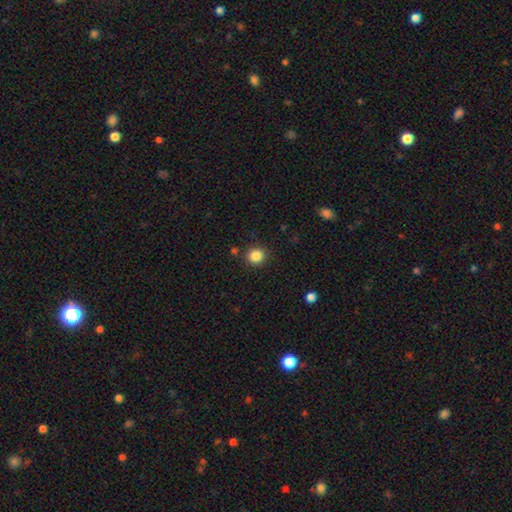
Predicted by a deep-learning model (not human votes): The model was most divided on "how rounded": round: 86%, in between: 13%, cigar-shaped: 1%. More confident: merging — none (88%); smooth or featured — smooth (86%).